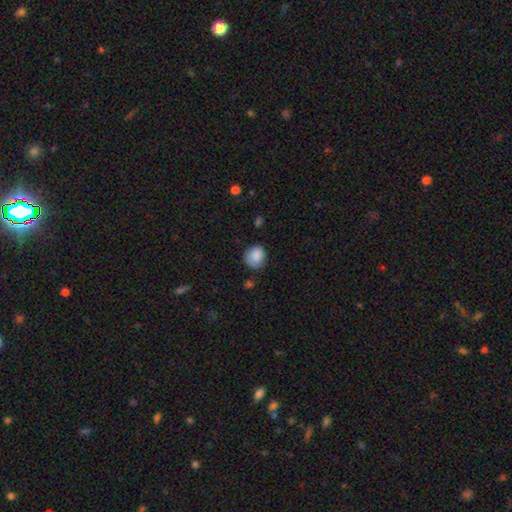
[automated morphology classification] This is clearly a smooth galaxy (83%). How rounded: likely round (71%). Merging: likely none (67%).